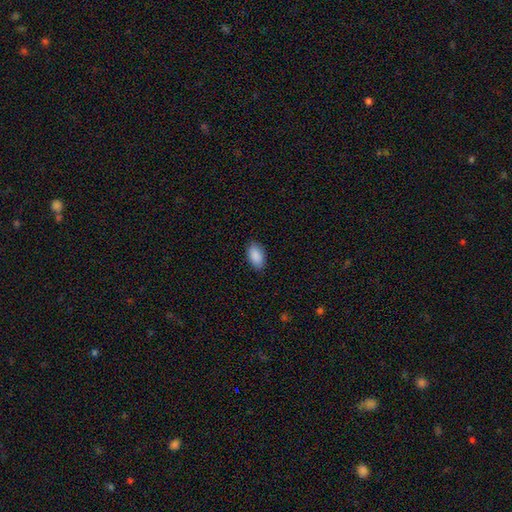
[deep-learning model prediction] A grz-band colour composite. It shows a smooth galaxy with no disk features (90%) that is in between round and cigar-shaped (94%). Merging: none (87%).